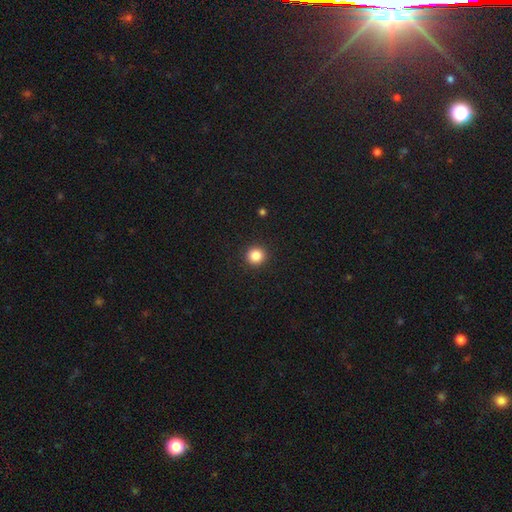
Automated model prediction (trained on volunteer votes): smooth-or-featured: smooth: 85% | star or artifact: 11% | featured or disk: 4%
  how-rounded: round: 94% | in between: 5% | cigar-shaped: 1%
  merging: none: 93% | minor disturbance: 5% | major disturbance: 2% | merger: 1%